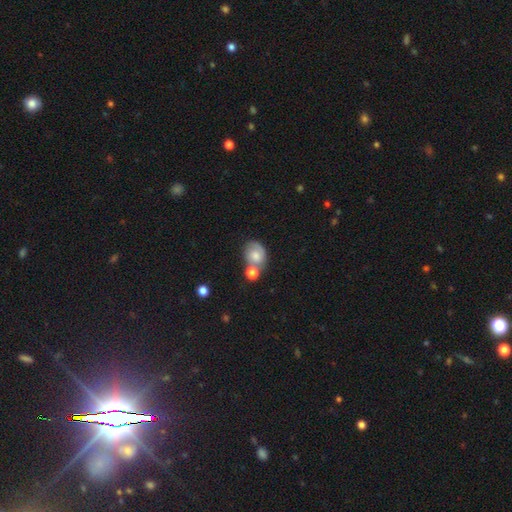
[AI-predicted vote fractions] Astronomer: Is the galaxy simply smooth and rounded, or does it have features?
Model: smooth — 55% (runner-up: featured or disk, 36%).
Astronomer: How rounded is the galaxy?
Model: round — 50% (runner-up: in between, 49%).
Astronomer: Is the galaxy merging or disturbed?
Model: none — 40% (runner-up: merger, 33%).